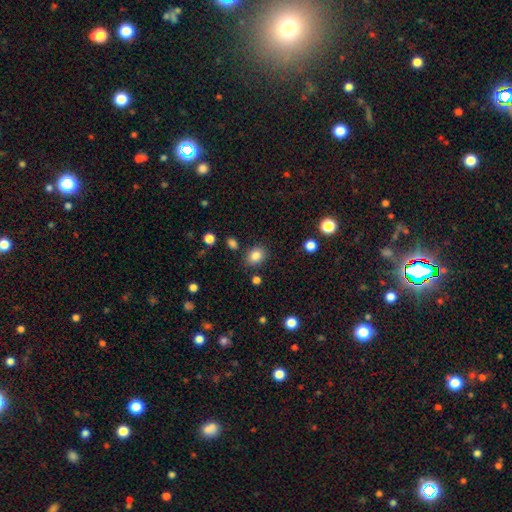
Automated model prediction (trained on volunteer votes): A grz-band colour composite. It shows a smooth galaxy with no disk features (84%) that is in between round and cigar-shaped (53%). Merging: none (82%).